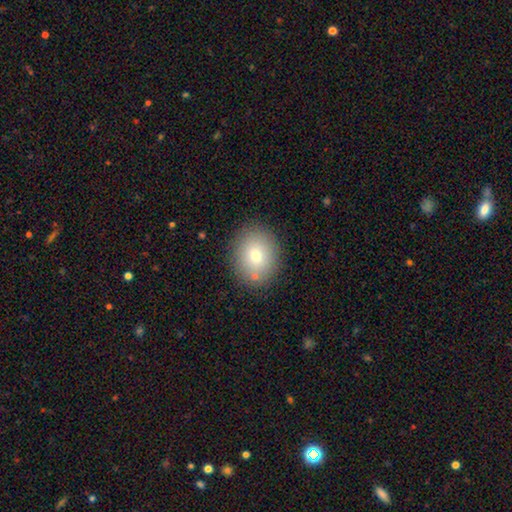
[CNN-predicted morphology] smooth 75%, featured or disk 13%, star or artifact 11%. Down the decision tree: how rounded — round (62%); merging — none (84%).